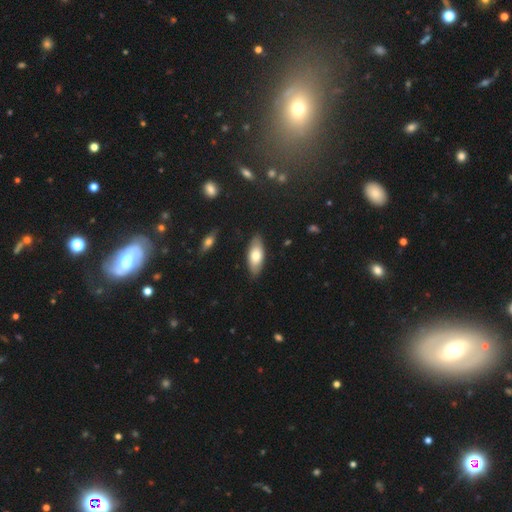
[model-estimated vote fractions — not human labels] Morphology: type=smooth (73%); roundness=in between (83%); merging=none (85%).